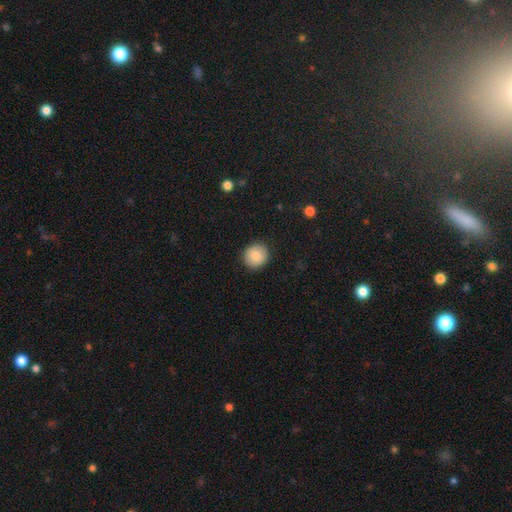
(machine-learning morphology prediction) This is clearly a smooth galaxy (85%). How rounded: clearly round (88%). Merging: clearly none (91%).